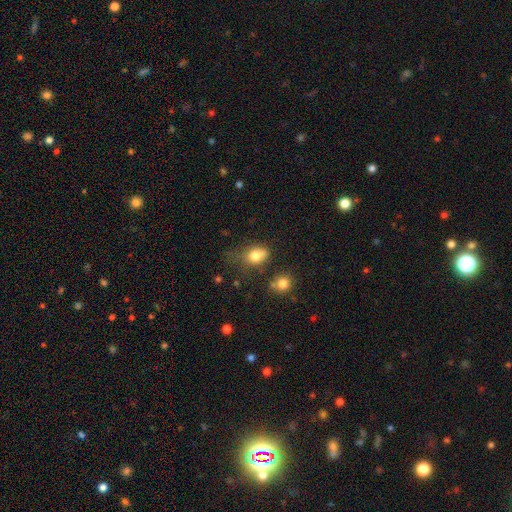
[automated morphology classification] smooth 79%, star or artifact 11%, featured or disk 10%. Down the decision tree: how rounded — in between (64%); merging — none (38%).